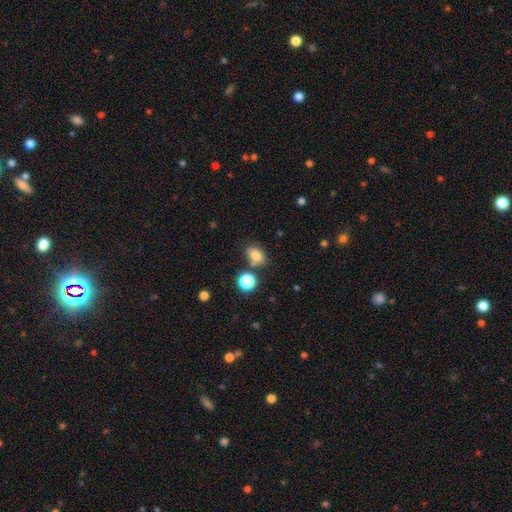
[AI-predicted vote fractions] Q: Smooth or featured?
A: smooth (80%); runner-up: star or artifact (12%)
Q: How rounded?
A: in between (73%); runner-up: round (26%)
Q: Merging?
A: none (72%); runner-up: minor disturbance (13%)